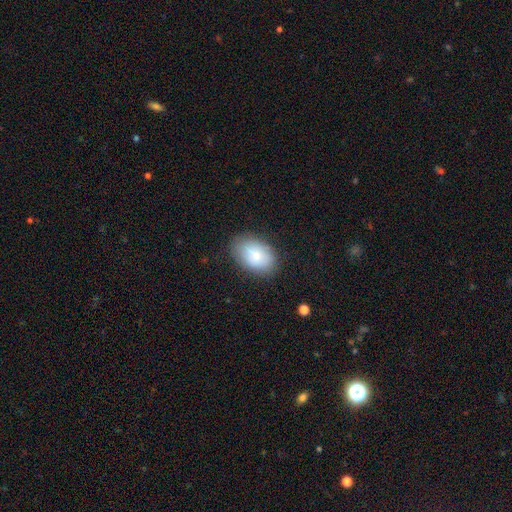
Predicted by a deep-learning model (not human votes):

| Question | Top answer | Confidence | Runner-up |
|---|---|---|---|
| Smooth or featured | smooth | 80% | featured or disk (13%) |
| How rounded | in between | 89% | round (10%) |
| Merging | none | 82% | minor disturbance (14%) |